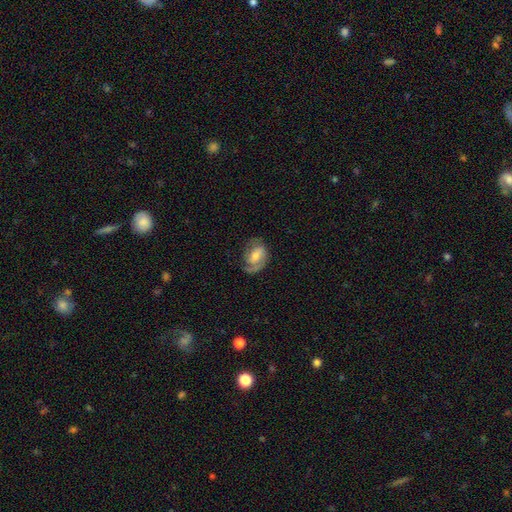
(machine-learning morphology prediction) Overall: featured or disk (68%). Edge-on disk: no (96%). Bar: weak (43%; no 42%). Spiral arms: yes (89%). Spiral arm count: 2 (44%; 1 42%). Spiral winding: medium (41%; tight 40%). Bulge size: moderate (52%; small 31%). Merging: none (59%; minor disturbance 22%).